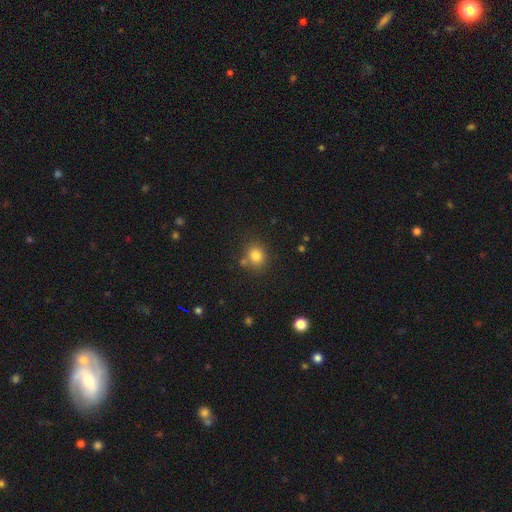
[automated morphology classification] Smooth or featured?
  - smooth: 80% *
  - star or artifact: 12%
  - featured or disk: 7%
How rounded?
  - round: 73% *
  - in between: 26%
  - cigar-shaped: 1%
Merging?
  - none: 73% *
  - minor disturbance: 12%
  - merger: 11%
  - major disturbance: 4%